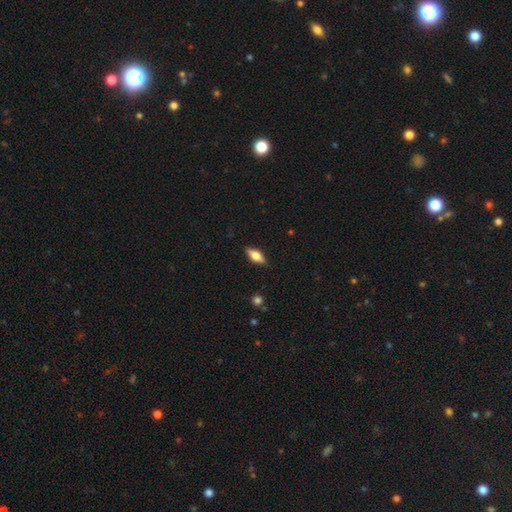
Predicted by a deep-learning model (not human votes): This is possibly a smooth galaxy (49%). Merging: clearly none (86%).